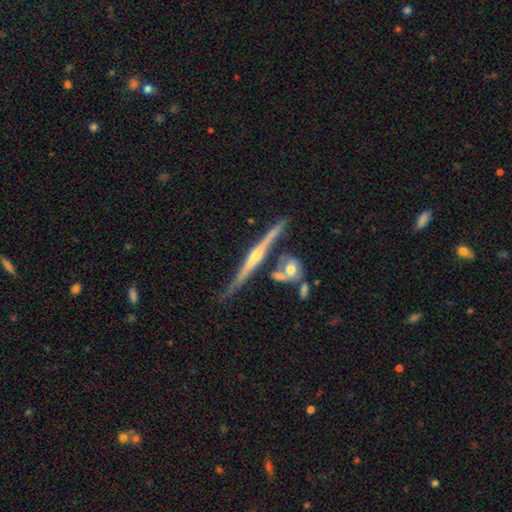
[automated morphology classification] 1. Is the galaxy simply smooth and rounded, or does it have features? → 84% featured or disk, 10% smooth, 6% star or artifact.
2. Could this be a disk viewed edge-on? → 98% yes, 2% no.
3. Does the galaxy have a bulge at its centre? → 84% rounded, 11% none, 5% boxy.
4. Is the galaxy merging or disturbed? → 79% none, 10% minor disturbance, 9% merger, 2% major disturbance.